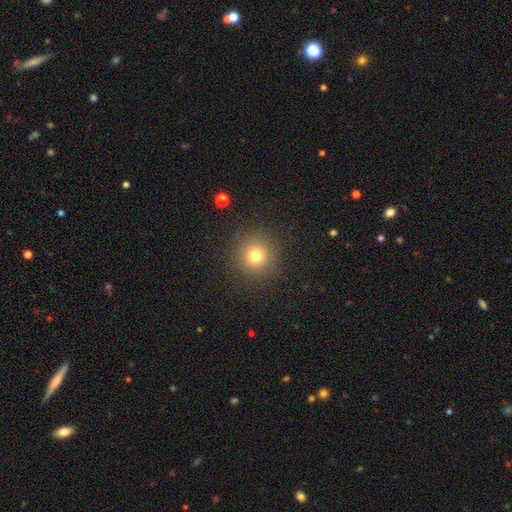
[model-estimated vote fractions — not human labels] Q: Smooth or featured?
A: smooth (76%); runner-up: star or artifact (16%)
Q: How rounded?
A: round (94%); runner-up: in between (6%)
Q: Merging?
A: none (89%); runner-up: minor disturbance (7%)